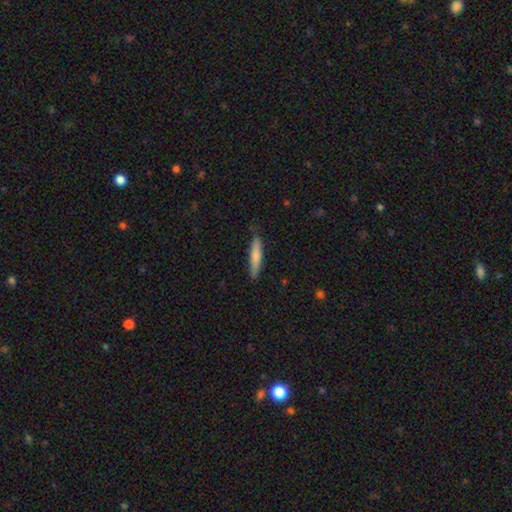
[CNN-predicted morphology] smooth_or_featured: smooth (p=0.77) [alt: featured or disk p=0.18]
how_rounded: cigar-shaped (p=0.86) [alt: in between p=0.13]
merging: none (p=0.84) [alt: minor disturbance p=0.13]